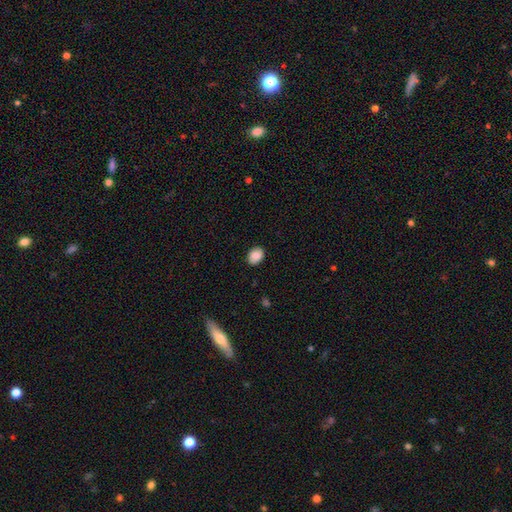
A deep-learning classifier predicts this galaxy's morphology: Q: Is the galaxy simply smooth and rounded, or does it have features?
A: smooth — 87%.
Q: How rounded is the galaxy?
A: in between — 67%.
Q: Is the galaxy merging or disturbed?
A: none — 88%.